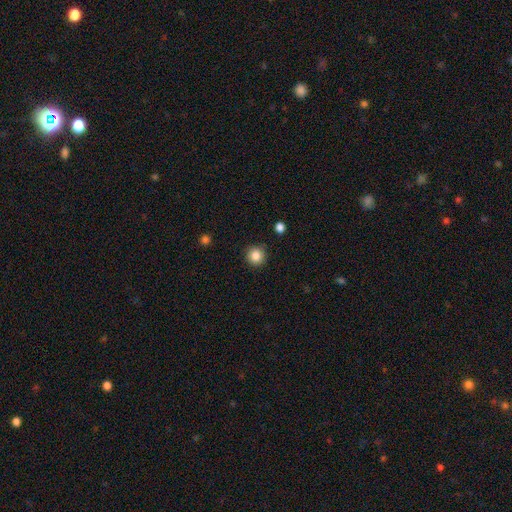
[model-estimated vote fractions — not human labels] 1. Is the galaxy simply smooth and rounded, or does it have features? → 85% smooth, 11% star or artifact, 5% featured or disk.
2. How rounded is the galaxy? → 94% round, 5% in between, 1% cigar-shaped.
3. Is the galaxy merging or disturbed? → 90% none, 7% minor disturbance, 2% major disturbance, 1% merger.